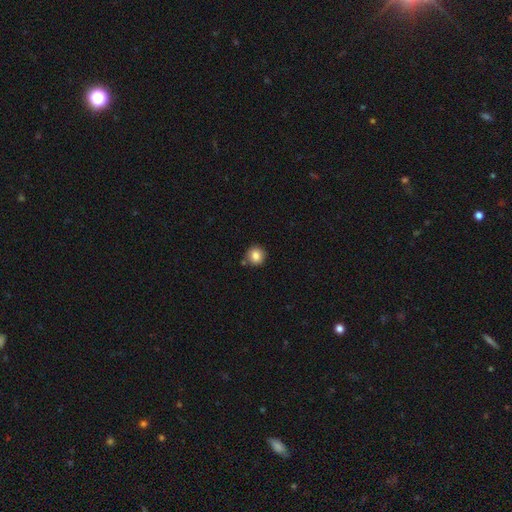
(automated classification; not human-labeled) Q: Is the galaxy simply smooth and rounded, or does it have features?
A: smooth — 85%.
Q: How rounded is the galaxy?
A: round — 89%.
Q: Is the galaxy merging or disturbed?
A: none — 82%.